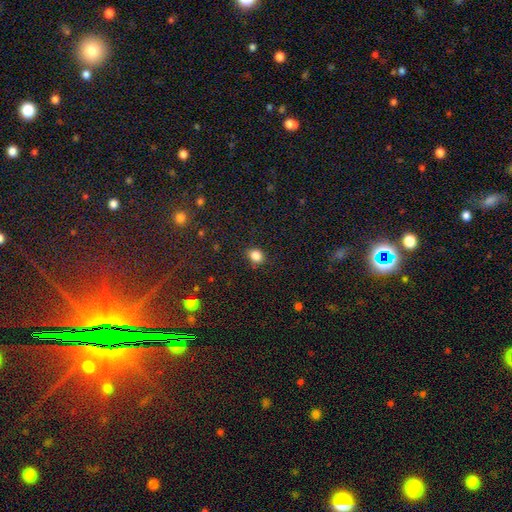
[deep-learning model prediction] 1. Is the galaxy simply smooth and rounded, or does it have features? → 84% smooth, 11% star or artifact, 4% featured or disk.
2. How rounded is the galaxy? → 67% round, 32% in between, 1% cigar-shaped.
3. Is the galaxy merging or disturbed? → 86% none, 10% minor disturbance, 3% major disturbance, 1% merger.